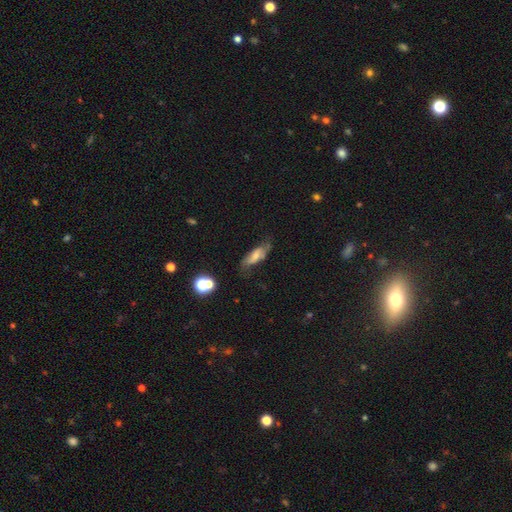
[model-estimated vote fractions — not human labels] Smooth or featured? smooth (54%)
How rounded? in between (65%)
Merging? none (54%)